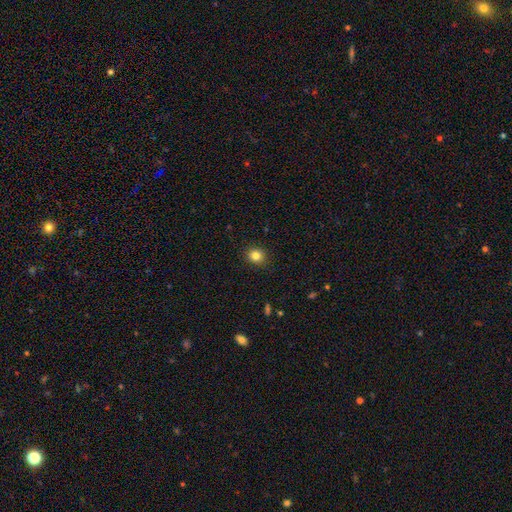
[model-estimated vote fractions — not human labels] smooth 83%, star or artifact 12%, featured or disk 6%. Down the decision tree: how rounded — round (80%); merging — none (91%).